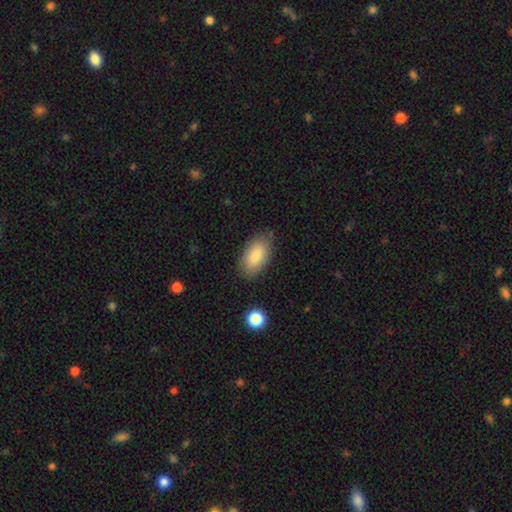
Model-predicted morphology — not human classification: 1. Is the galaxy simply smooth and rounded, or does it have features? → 86% smooth, 8% featured or disk, 6% star or artifact.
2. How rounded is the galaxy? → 94% in between, 4% cigar-shaped, 3% round.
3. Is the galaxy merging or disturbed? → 80% none, 15% minor disturbance, 4% major disturbance, 2% merger.